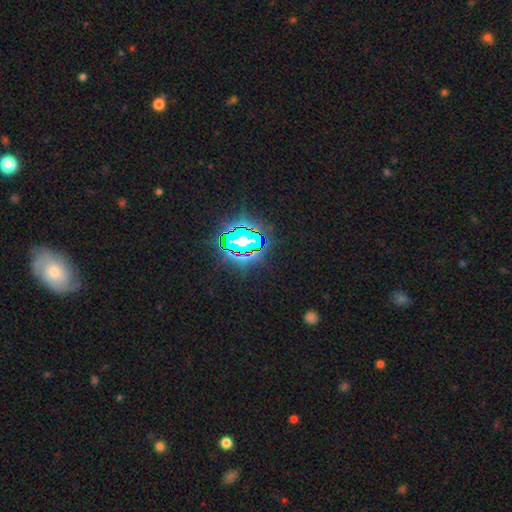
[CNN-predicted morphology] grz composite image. It shows a star or artifact, not a galaxy (80%).